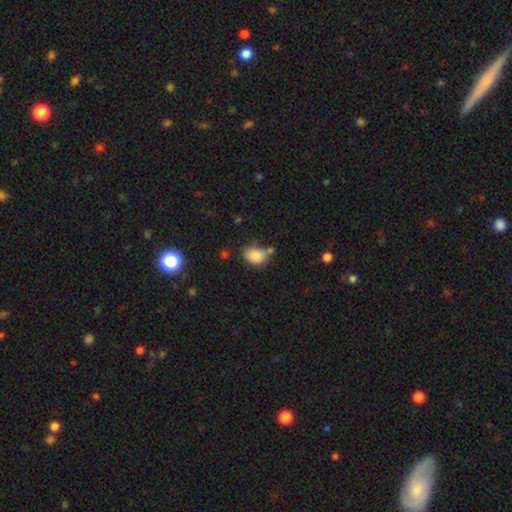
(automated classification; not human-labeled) A smooth galaxy with no disk features (84%) that is in between round and cigar-shaped (66%).

Vote fractions:
- Smooth or featured? smooth: 84% / star or artifact: 10% / featured or disk: 6%
- How rounded? in between: 66% / round: 33% / cigar-shaped: 1%
- Merging? none: 55% / minor disturbance: 24% / merger: 13% / major disturbance: 8%